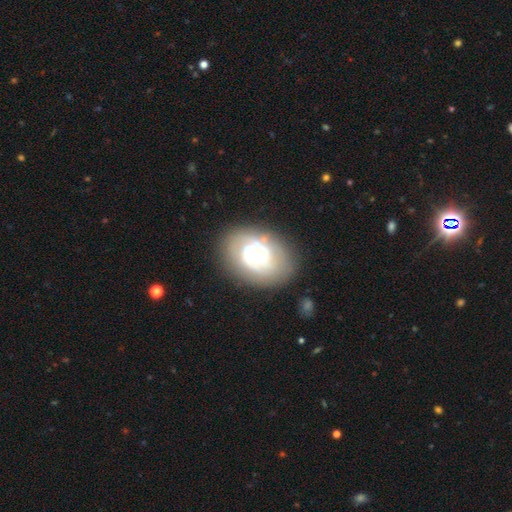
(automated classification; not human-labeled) Smooth or featured? featured or disk (67%)
Edge-on disk? no (95%)
Bar? no (78%)
Spiral arms? no (54%)
Bulge size? moderate (70%)
Merging? none (74%)